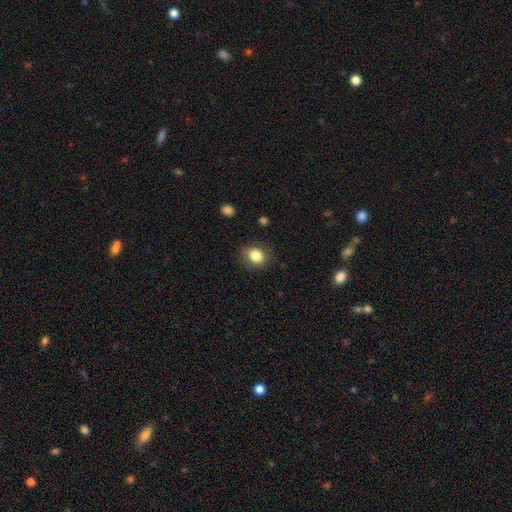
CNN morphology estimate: Overall: smooth (84%). How rounded: round (61%; in between 38%). Merging: none (82%).